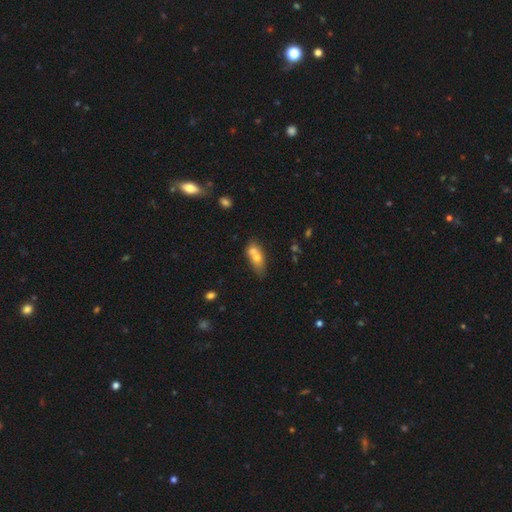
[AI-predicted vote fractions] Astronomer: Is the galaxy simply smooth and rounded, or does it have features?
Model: smooth — 65%.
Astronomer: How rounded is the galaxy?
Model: in between — 71%.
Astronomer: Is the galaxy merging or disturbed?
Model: merger — 59%.